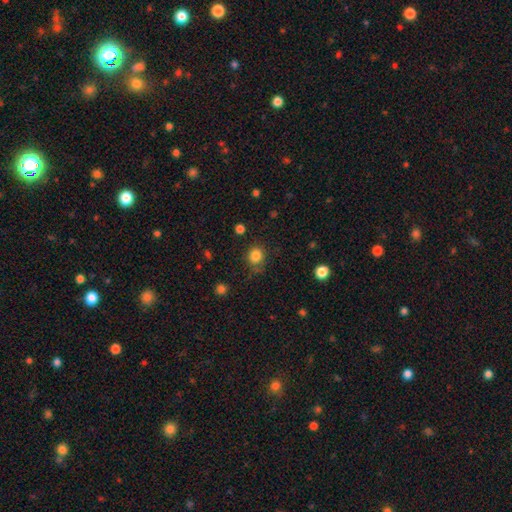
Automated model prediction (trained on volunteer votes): A smooth galaxy with no disk features (83%) that is round (83%).

Vote fractions:
- Smooth or featured? smooth: 83% / star or artifact: 12% / featured or disk: 5%
- How rounded? round: 83% / in between: 16% / cigar-shaped: 1%
- Merging? none: 78% / minor disturbance: 14% / major disturbance: 5% / merger: 3%